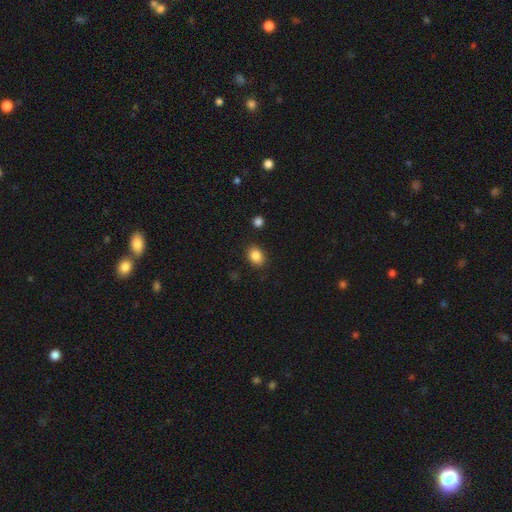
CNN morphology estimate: Q: Smooth or featured?
A: smooth (86%); runner-up: star or artifact (9%)
Q: How rounded?
A: in between (64%); runner-up: round (35%)
Q: Merging?
A: none (86%); runner-up: minor disturbance (9%)